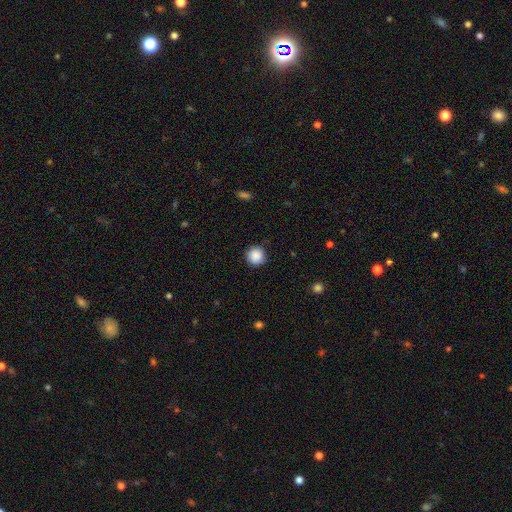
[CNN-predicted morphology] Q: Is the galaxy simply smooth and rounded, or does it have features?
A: smooth — 89%.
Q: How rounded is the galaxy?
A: round — 95%.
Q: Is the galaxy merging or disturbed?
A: none — 90%.